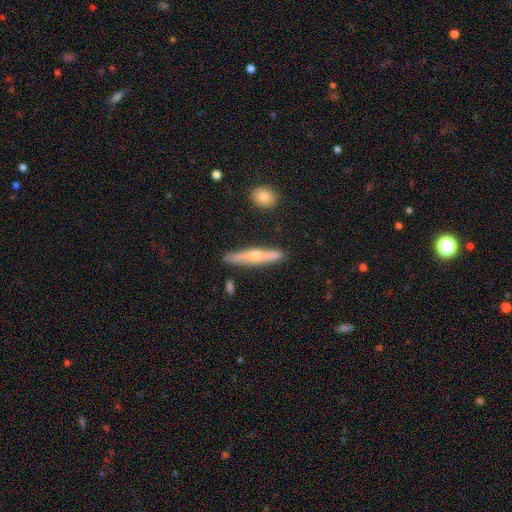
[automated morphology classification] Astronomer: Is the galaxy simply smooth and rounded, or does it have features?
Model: featured or disk — 57% (runner-up: smooth, 37%).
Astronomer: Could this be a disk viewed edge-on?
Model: yes — 92%.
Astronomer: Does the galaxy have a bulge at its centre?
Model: rounded — 86%.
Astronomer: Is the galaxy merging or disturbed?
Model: none — 85%.